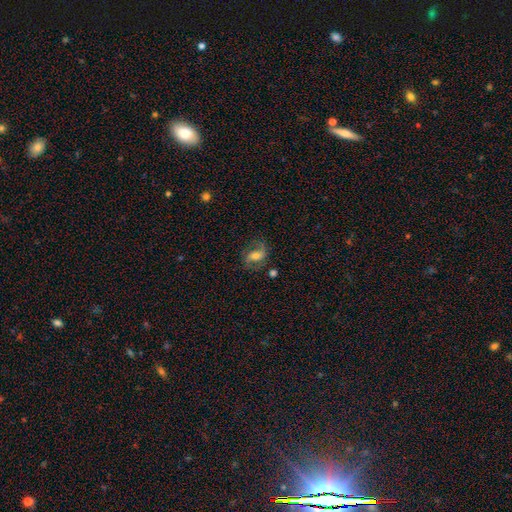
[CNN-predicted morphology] featured or disk 63%, smooth 28%, star or artifact 9%. Down the decision tree: edge-on disk — no (96%); bar — weak (39%); spiral arms — yes (88%); spiral arm count — 2 (85%); spiral winding — medium (45%); bulge size — moderate (57%); merging — none (68%).